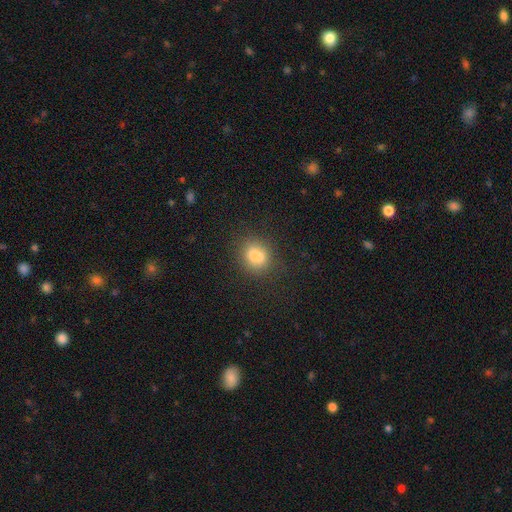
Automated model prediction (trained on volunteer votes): This is likely a smooth galaxy (73%). How rounded: possibly round (56%). Merging: possibly none (54%).